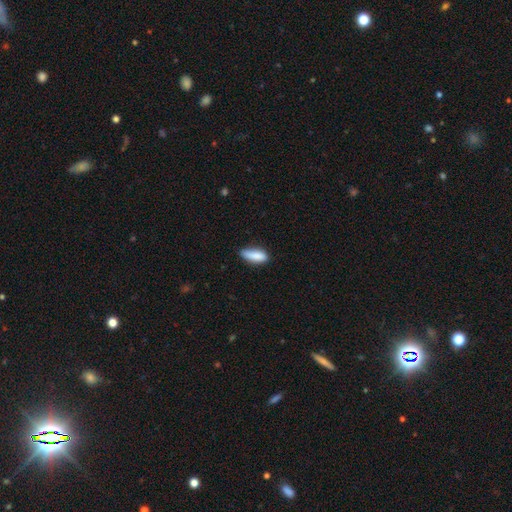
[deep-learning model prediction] This is clearly a smooth galaxy (86%). How rounded: likely in between (66%). Merging: likely none (68%).